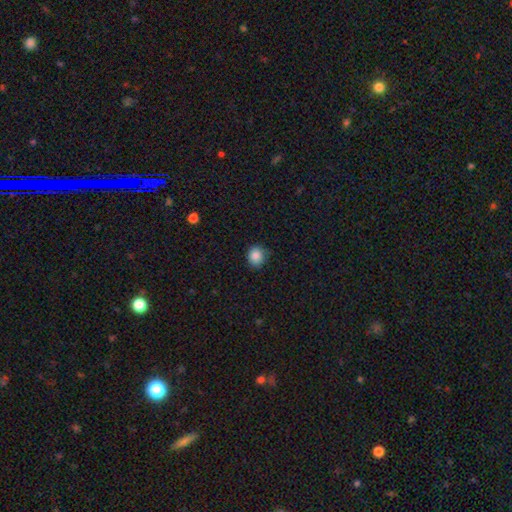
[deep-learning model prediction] A smooth galaxy with no disk features (87%) that is round (79%).

Vote fractions:
- Smooth or featured? smooth: 87% / star or artifact: 9% / featured or disk: 4%
- How rounded? round: 79% / in between: 20% / cigar-shaped: 1%
- Merging? none: 78% / minor disturbance: 18% / major disturbance: 3% / merger: 1%